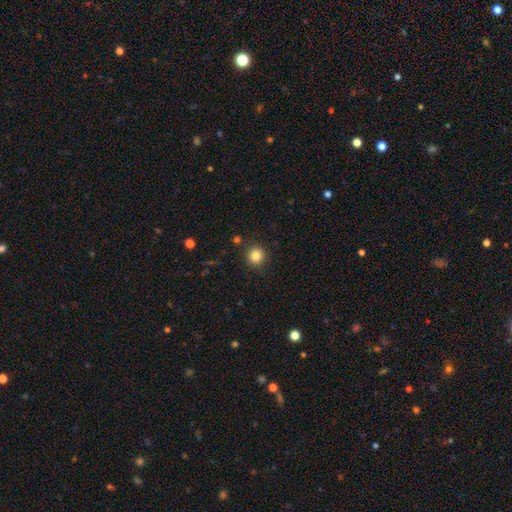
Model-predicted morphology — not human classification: This is clearly a smooth galaxy (84%). How rounded: clearly round (91%). Merging: clearly none (88%).